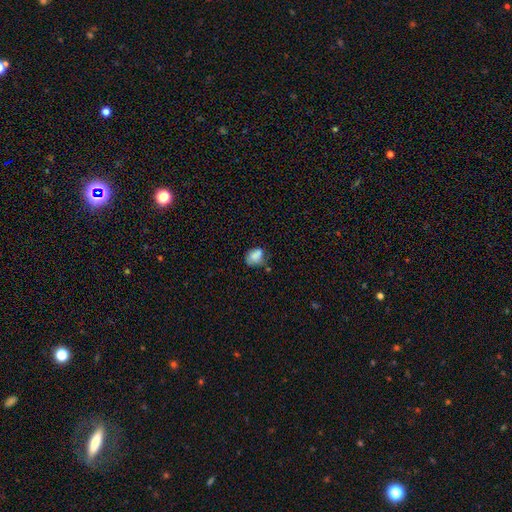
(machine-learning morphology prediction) This appears to be a smooth galaxy with no disk features (77%) that is in between round and cigar-shaped (57%). Merging: none (45%).